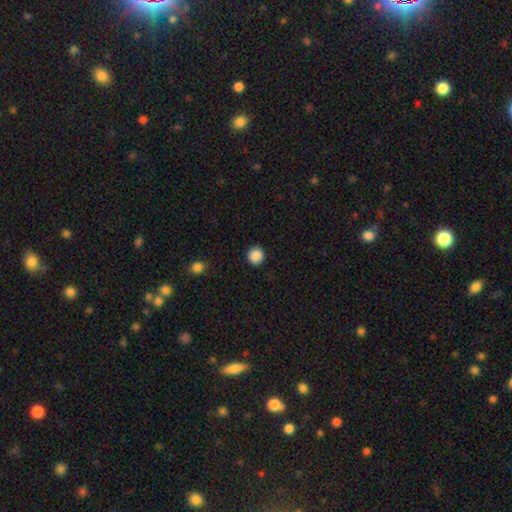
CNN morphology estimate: Q: Smooth or featured?
A: smooth (88%); runner-up: star or artifact (9%)
Q: How rounded?
A: round (91%); runner-up: in between (8%)
Q: Merging?
A: none (91%); runner-up: minor disturbance (6%)